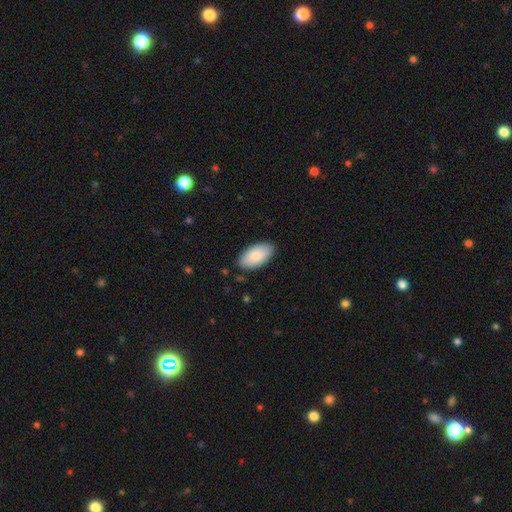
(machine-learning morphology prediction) This is clearly a smooth galaxy (85%). How rounded: clearly in between (96%). Merging: clearly none (86%).